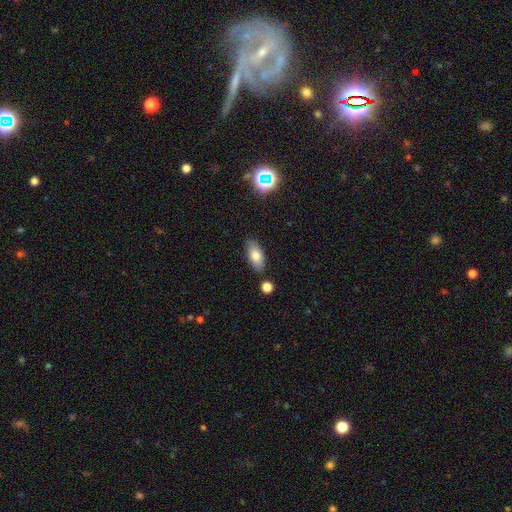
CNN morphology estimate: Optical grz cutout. It shows a smooth galaxy with no disk features (76%) that is in between round and cigar-shaped (88%). Merging: none (83%).